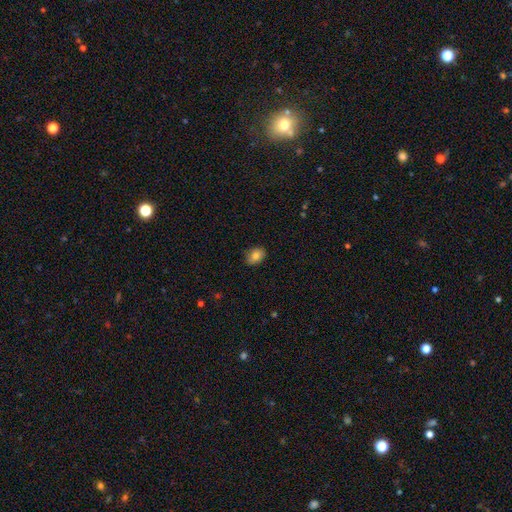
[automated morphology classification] Smooth or featured? Predicted: smooth (p=0.83). How rounded? Predicted: in between (p=0.72). Merging? Predicted: none (p=0.85).